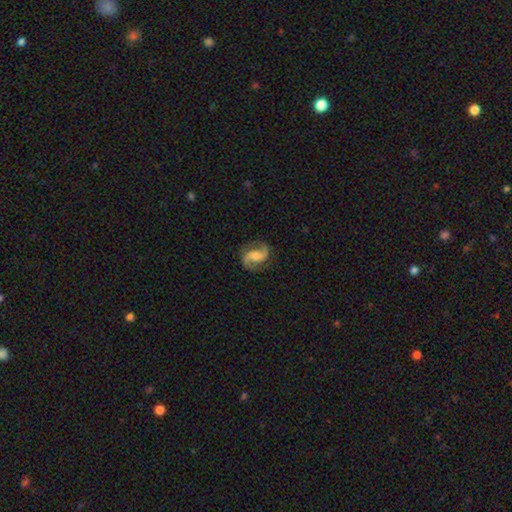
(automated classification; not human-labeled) This appears to be a featured or disk galaxy (86%) with no bar (44%), 2 (93%) medium (46%) spiral arms (97%) and a moderate central bulge (40%). Merging: none (81%).